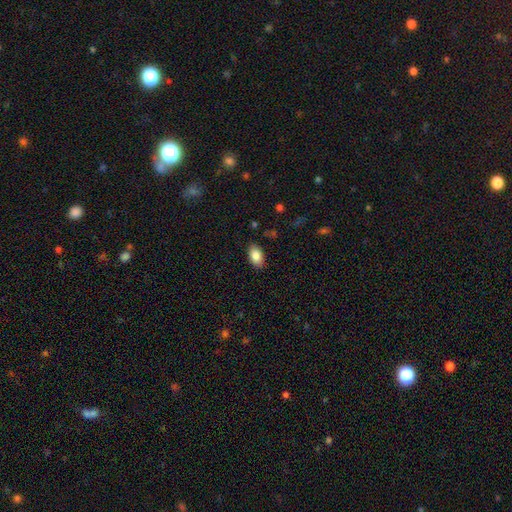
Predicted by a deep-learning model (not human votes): This appears to be a smooth galaxy with no disk features (85%) that is in between round and cigar-shaped (92%). Merging: none (87%).